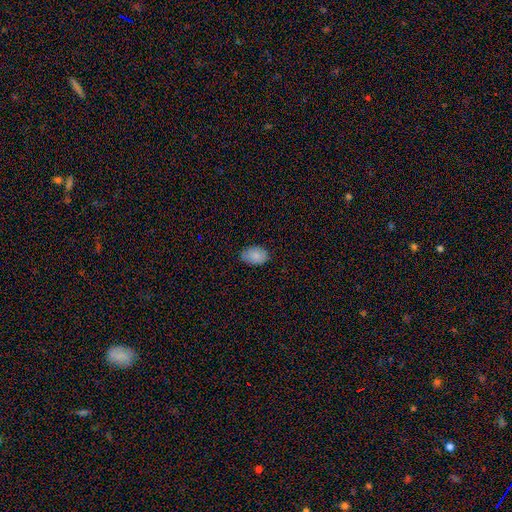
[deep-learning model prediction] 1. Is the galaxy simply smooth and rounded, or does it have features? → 86% smooth, 7% star or artifact, 6% featured or disk.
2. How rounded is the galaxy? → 85% in between, 13% round, 1% cigar-shaped.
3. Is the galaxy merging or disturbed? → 81% none, 15% minor disturbance, 3% major disturbance, 1% merger.